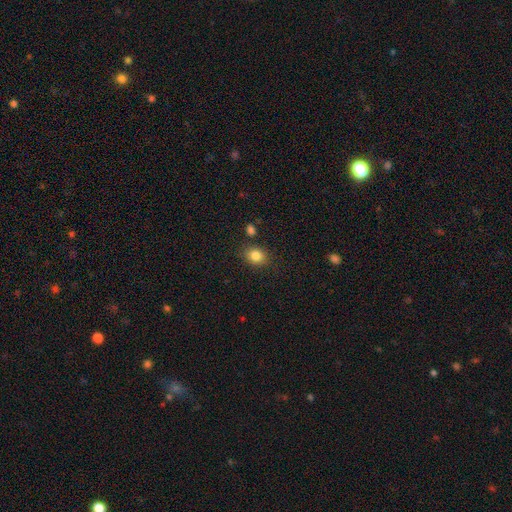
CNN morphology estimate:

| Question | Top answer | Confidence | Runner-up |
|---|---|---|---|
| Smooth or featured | smooth | 84% | star or artifact (10%) |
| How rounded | round | 52% | in between (47%) |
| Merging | none | 79% | minor disturbance (13%) |